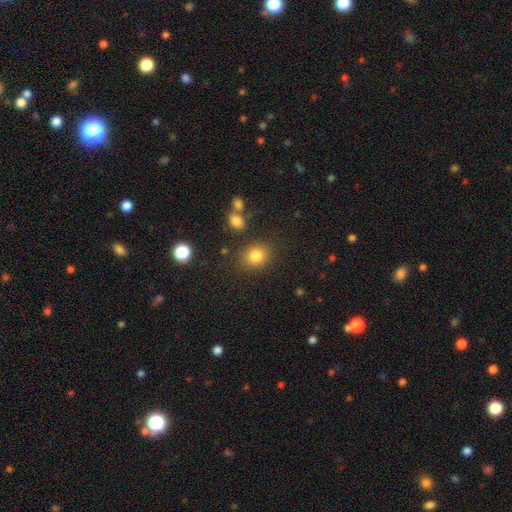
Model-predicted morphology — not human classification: type=smooth (82%); roundness=round (72%); merging=none (81%).